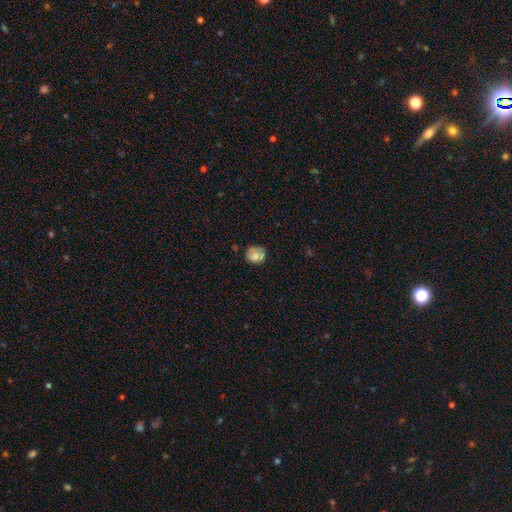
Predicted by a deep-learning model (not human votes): A smooth galaxy with no disk features (72%) that is round (74%).

Vote fractions:
- Smooth or featured? smooth: 72% / featured or disk: 19% / star or artifact: 9%
- How rounded? round: 74% / in between: 25% / cigar-shaped: 1%
- Merging? none: 67% / minor disturbance: 25% / major disturbance: 6% / merger: 2%